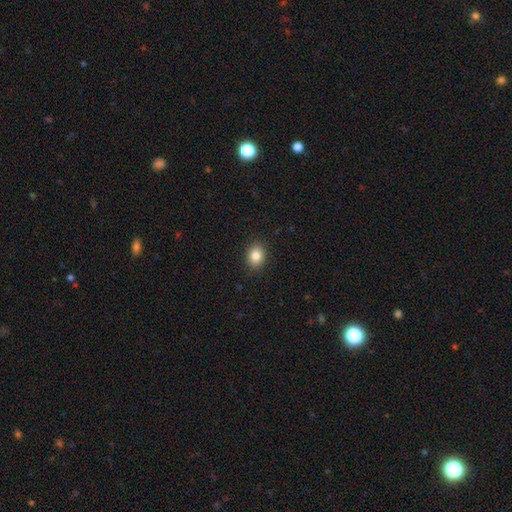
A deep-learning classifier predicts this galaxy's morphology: A smooth galaxy with no disk features (84%) that is in between round and cigar-shaped (51%). Merging: none (90%).